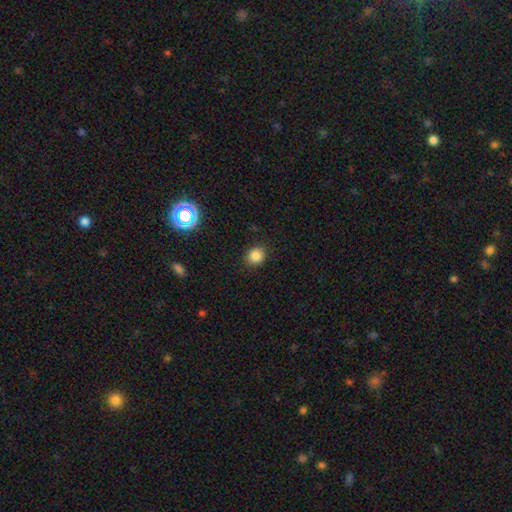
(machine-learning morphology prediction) A smooth galaxy with no disk features (84%) that is round (77%).

Vote fractions:
- Smooth or featured? smooth: 84% / star or artifact: 12% / featured or disk: 4%
- How rounded? round: 77% / in between: 22% / cigar-shaped: 1%
- Merging? none: 89% / minor disturbance: 8% / major disturbance: 2% / merger: 1%